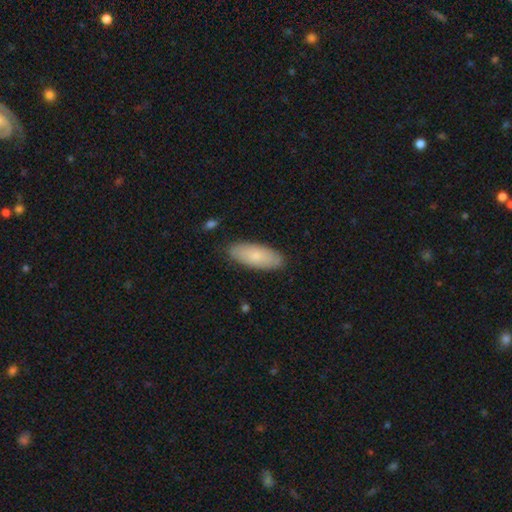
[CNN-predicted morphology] Overall: smooth (80%). How rounded: in between (81%). Merging: none (86%).